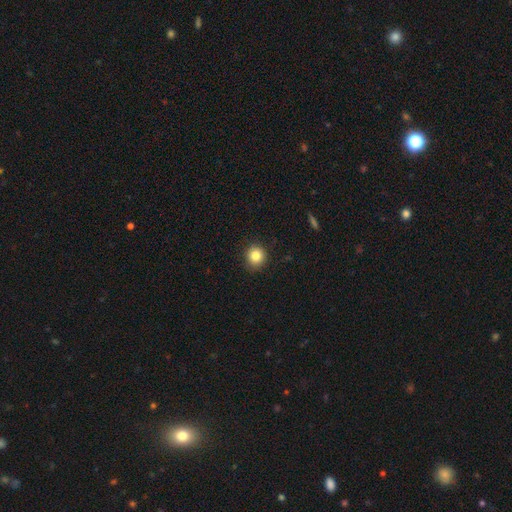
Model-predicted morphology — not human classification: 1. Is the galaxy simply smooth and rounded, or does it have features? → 83% smooth, 11% star or artifact, 6% featured or disk.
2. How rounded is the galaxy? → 90% round, 9% in between, 1% cigar-shaped.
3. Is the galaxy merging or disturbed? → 90% none, 7% minor disturbance, 2% major disturbance, 1% merger.